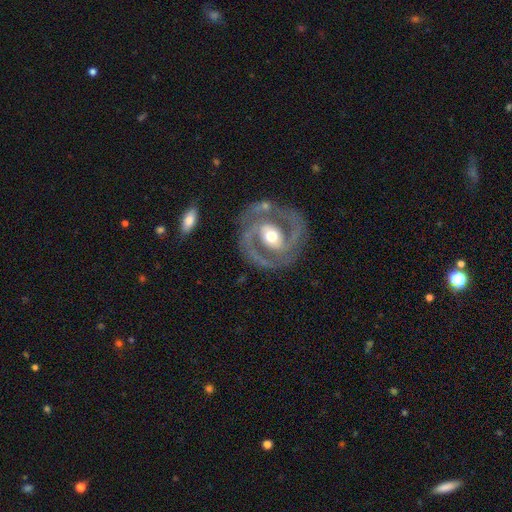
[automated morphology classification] smooth-or-featured: featured or disk: 90% | smooth: 6% | star or artifact: 5%
  disk-edge-on: no: 97% | yes: 3%
    bar: strong: 41% | weak: 33% | no: 26%
    has-spiral-arms: yes: 95% | no: 5%
      spiral-winding: tight: 48% | medium: 45% | loose: 7%
      spiral-arm-count: 2: 91% | can't tell: 3% | 3: 2% | 1: 2% | 4: 1% | more than 4: 1%
    bulge-size: moderate: 70% | small: 19% | large: 9% | dominant: 1% | none: 1%
  merging: none: 80% | minor disturbance: 12% | major disturbance: 5% | merger: 3%